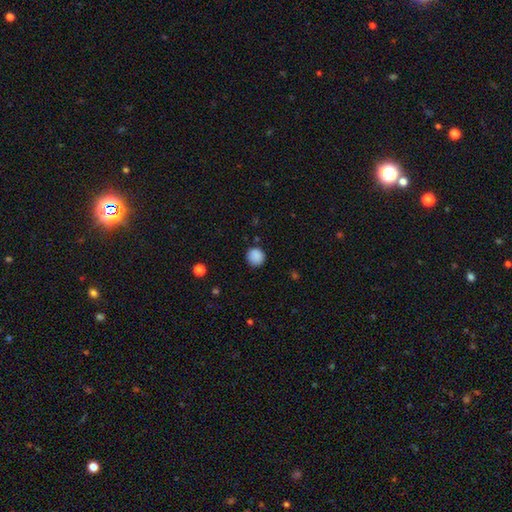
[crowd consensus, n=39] Smooth or featured?
  - smooth: 90% *
  - featured or disk: 5%
  - star or artifact: 5%
How rounded?
  - round: 91% *
  - in between: 9%
  - cigar-shaped: 0%
Merging?
  - none: 86% *
  - minor disturbance: 11%
  - major disturbance: 3%
  - merger: 0%